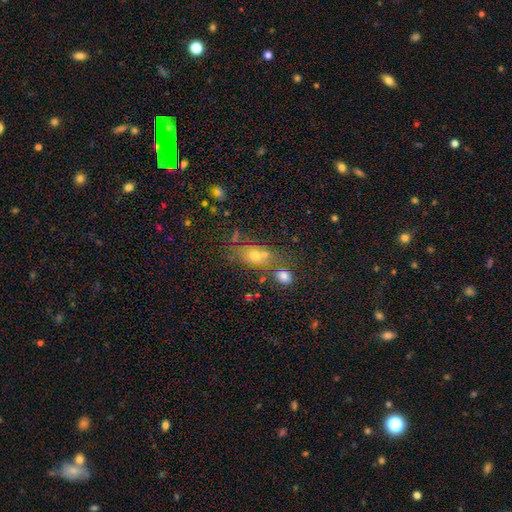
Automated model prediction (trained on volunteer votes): Smooth or featured? smooth (57%)
How rounded? in between (64%)
Merging? none (47%)